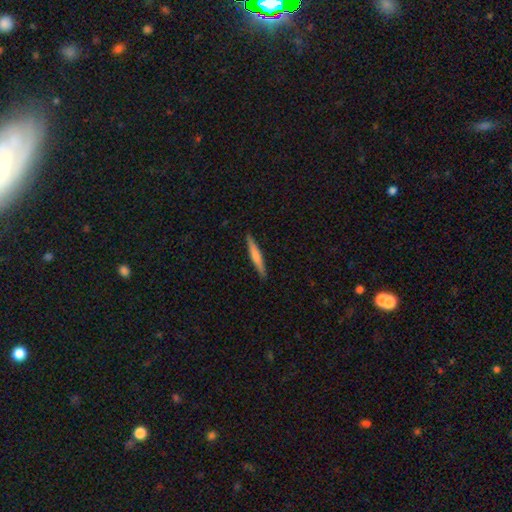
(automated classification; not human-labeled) The model was most divided on "smooth or featured": smooth: 59%, featured or disk: 36%, star or artifact: 5%. More confident: how rounded — cigar-shaped (95%); merging — none (91%).